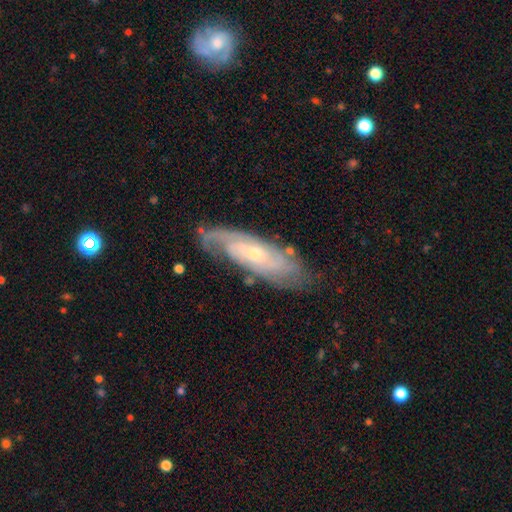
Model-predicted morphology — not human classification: type=featured or disk (82%); edge-on=no (84%); bar=no (66%); spiral arms=yes (94%); winding=tight (62%); arm count=can't tell (37%); bulge=small (66%); merging=none (75%).